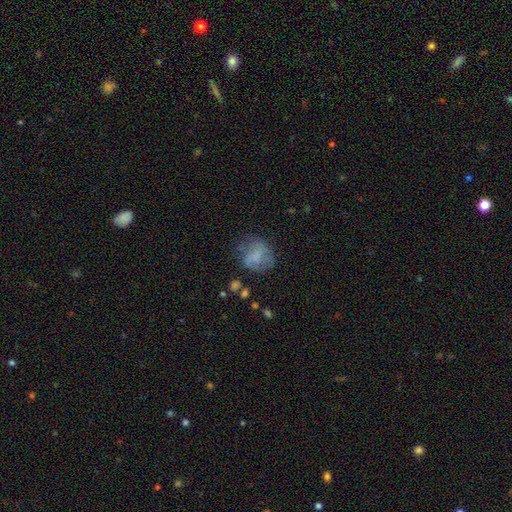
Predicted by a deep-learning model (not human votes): Smooth or featured? smooth (61%)
How rounded? round (67%)
Merging? none (49%)